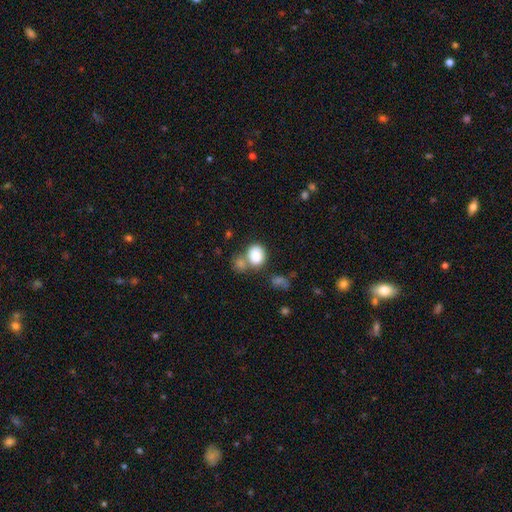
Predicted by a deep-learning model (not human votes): The model was most divided on "merging": none: 42%, merger: 38%, minor disturbance: 14%, major disturbance: 7%. More confident: smooth or featured — smooth (84%); how rounded — in between (52%).